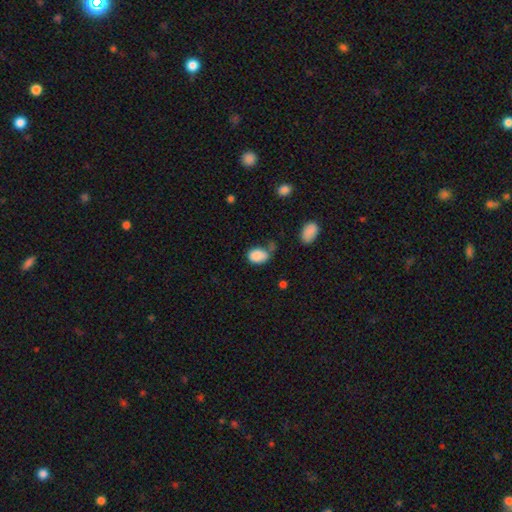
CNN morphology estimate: Overall: smooth (86%). How rounded: in between (78%). Merging: none (46%; minor disturbance 28%).